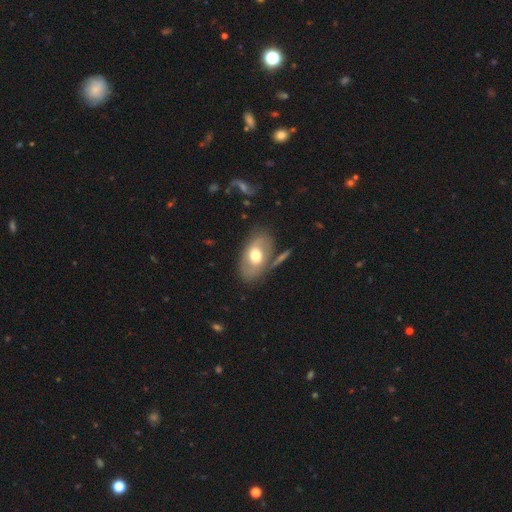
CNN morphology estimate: A smooth galaxy with no disk features (52%) that is in between round and cigar-shaped (89%). Merging: none (68%).